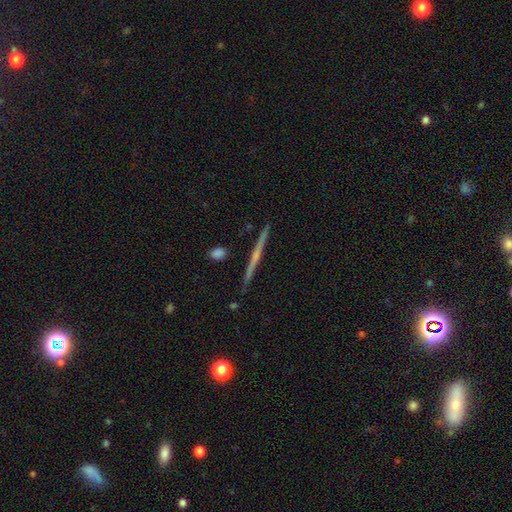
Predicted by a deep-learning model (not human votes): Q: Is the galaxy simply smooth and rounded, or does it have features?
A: featured or disk — 75%.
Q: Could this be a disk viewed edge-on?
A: yes — 98%.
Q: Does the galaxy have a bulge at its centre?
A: rounded — 47%.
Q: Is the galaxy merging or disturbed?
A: none — 92%.